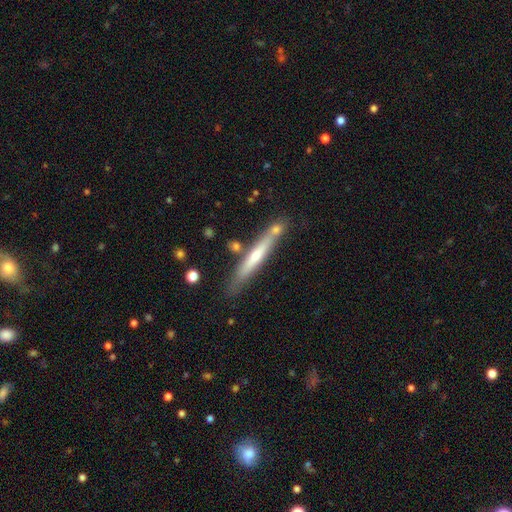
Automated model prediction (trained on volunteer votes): This appears to be a featured or disk galaxy (51%) viewed edge-on (91%). Merging: none (75%).